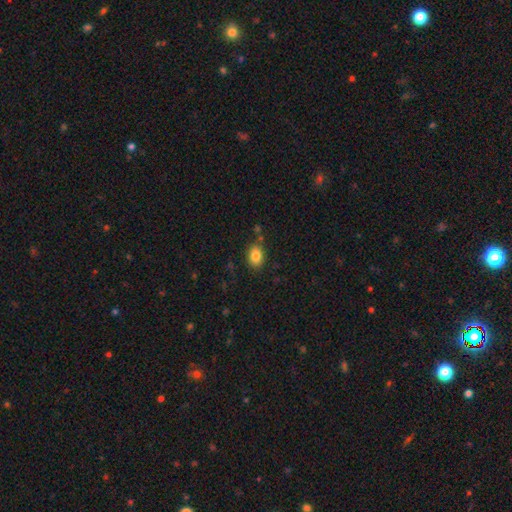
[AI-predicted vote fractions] Smooth or featured?
  - smooth: 84% *
  - star or artifact: 9%
  - featured or disk: 7%
How rounded?
  - in between: 74% *
  - round: 25%
  - cigar-shaped: 1%
Merging?
  - none: 80% *
  - minor disturbance: 13%
  - merger: 4%
  - major disturbance: 3%